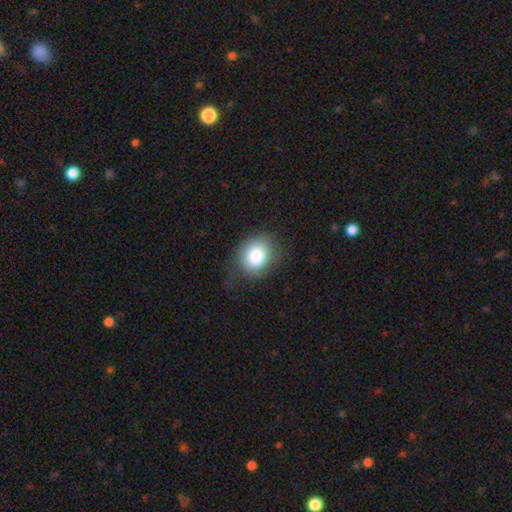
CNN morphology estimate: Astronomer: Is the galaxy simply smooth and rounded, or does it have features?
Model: smooth — 81%.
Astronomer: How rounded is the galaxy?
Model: round — 60% (runner-up: in between, 39%).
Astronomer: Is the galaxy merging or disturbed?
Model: none — 72%.